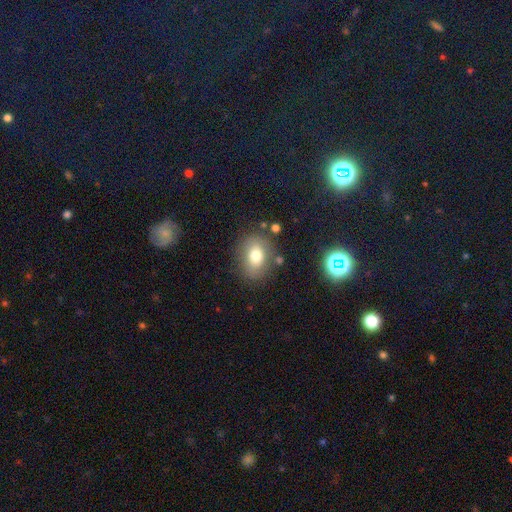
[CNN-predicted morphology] This appears to be a smooth galaxy with no disk features (73%) that is in between round and cigar-shaped (56%). Merging: none (77%).